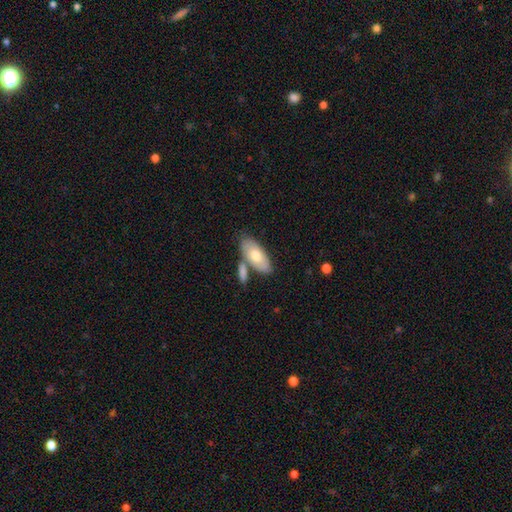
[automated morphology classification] Smooth or featured? Predicted: smooth (p=0.68). How rounded? Predicted: in between (p=0.90). Merging? Predicted: none (p=0.60).